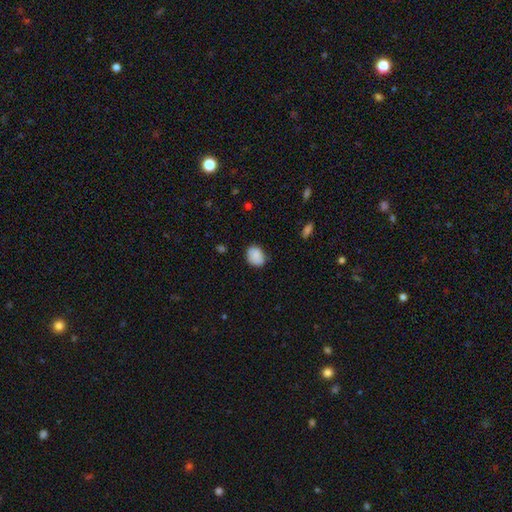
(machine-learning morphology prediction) Smooth or featured?
  - smooth: 81% *
  - featured or disk: 12%
  - star or artifact: 8%
How rounded?
  - in between: 58% *
  - round: 41%
  - cigar-shaped: 1%
Merging?
  - none: 73% *
  - minor disturbance: 22%
  - major disturbance: 4%
  - merger: 2%